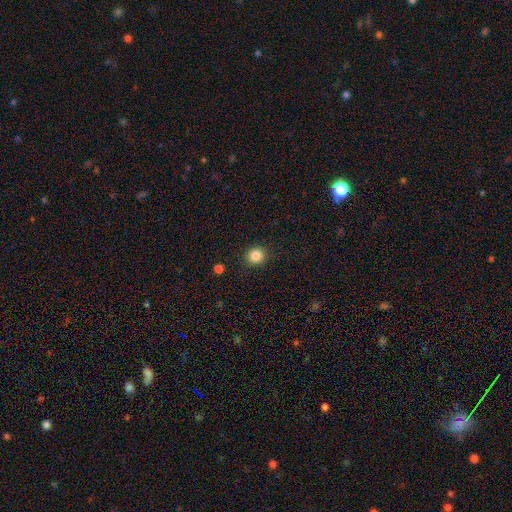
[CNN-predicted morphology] A smooth galaxy with no disk features (84%) that is round (87%).

Vote fractions:
- Smooth or featured? smooth: 84% / star or artifact: 11% / featured or disk: 4%
- How rounded? round: 87% / in between: 13% / cigar-shaped: 1%
- Merging? none: 90% / minor disturbance: 7% / major disturbance: 2% / merger: 1%